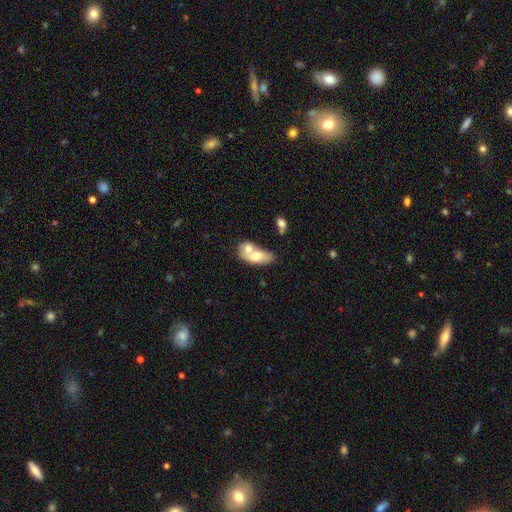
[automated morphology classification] Q: Smooth or featured?
A: smooth (65%); runner-up: featured or disk (29%)
Q: How rounded?
A: in between (81%); runner-up: round (12%)
Q: Merging?
A: merger (73%); runner-up: none (15%)